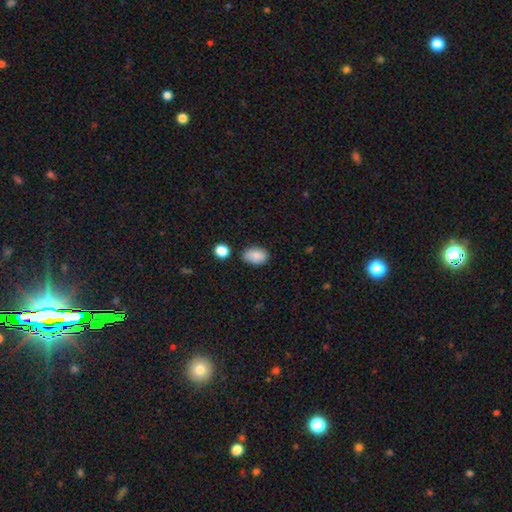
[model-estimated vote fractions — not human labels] This appears to be a smooth galaxy with no disk features (86%) that is in between round and cigar-shaped (87%). Merging: none (75%).